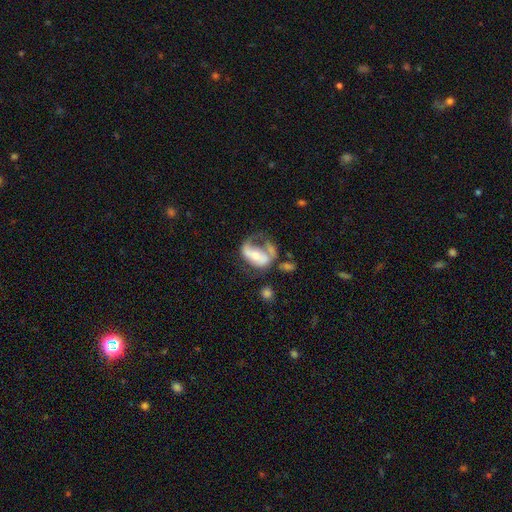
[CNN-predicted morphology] Q: Smooth or featured?
A: featured or disk (60%); runner-up: smooth (33%)
Q: Edge-on disk?
A: no (95%); runner-up: yes (5%)
Q: Bar?
A: no (47%); runner-up: weak (27%)
Q: Spiral arms?
A: yes (60%); runner-up: no (40%)
Q: Bulge size?
A: moderate (51%); runner-up: small (36%)
Q: Merging?
A: major disturbance (46%); runner-up: none (21%)